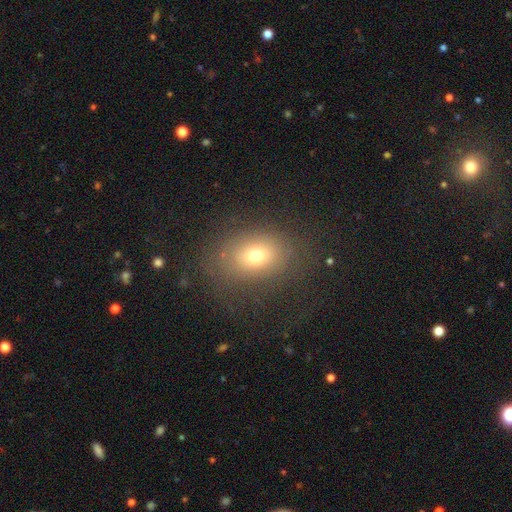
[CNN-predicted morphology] The model was most divided on "how rounded": in between: 66%, round: 33%, cigar-shaped: 1%. More confident: merging — none (74%); smooth or featured — smooth (68%).